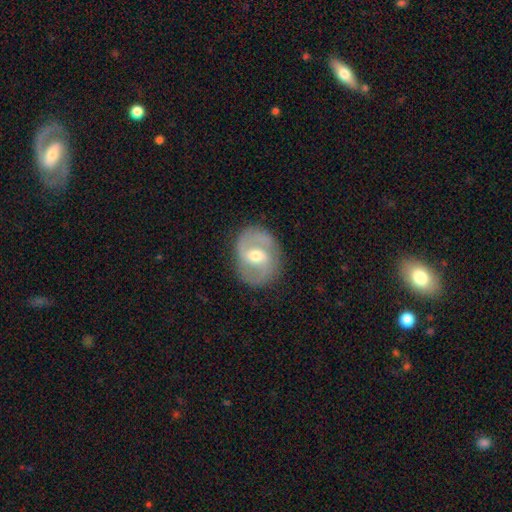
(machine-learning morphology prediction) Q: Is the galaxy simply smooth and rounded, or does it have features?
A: featured or disk — 78%.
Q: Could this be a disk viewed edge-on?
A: no — 97%.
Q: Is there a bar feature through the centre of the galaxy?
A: weak — 50%.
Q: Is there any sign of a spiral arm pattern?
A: yes — 87%.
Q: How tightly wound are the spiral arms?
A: medium — 49%.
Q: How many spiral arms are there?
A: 2 — 87%.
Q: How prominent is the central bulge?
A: moderate — 68%.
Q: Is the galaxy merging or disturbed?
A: none — 84%.